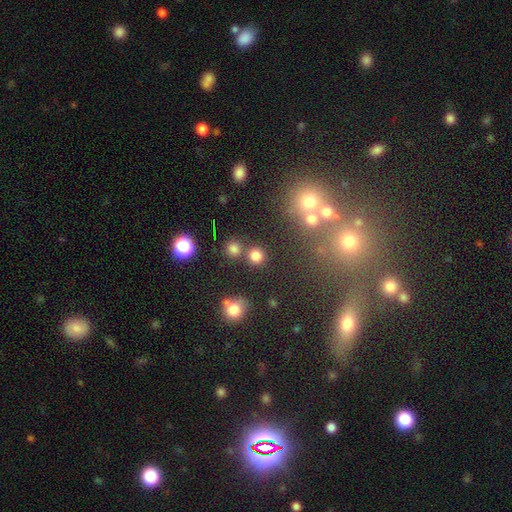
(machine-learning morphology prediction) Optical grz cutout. It shows a smooth galaxy with no disk features (77%) that is round (90%). Merging: none (76%).